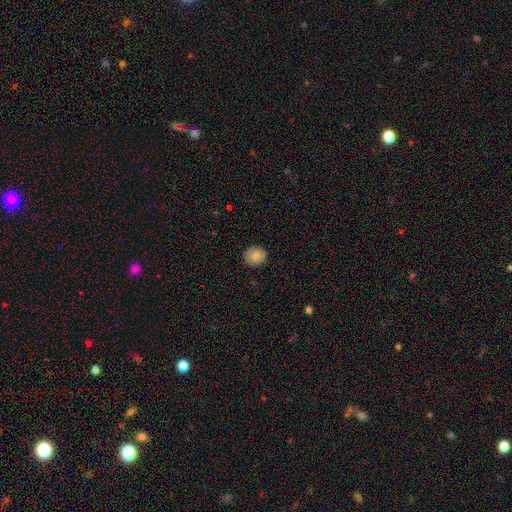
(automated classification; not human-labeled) Morphology: type=smooth (84%); roundness=round (84%); merging=none (87%).